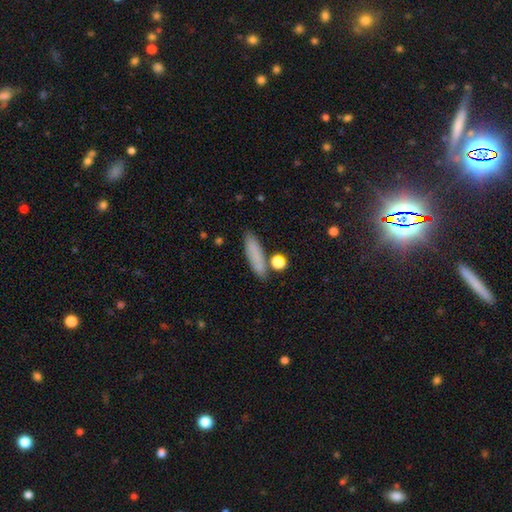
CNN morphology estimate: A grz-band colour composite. It shows a smooth galaxy with no disk features (79%) that is cigar-shaped (65%). Merging: none (79%).